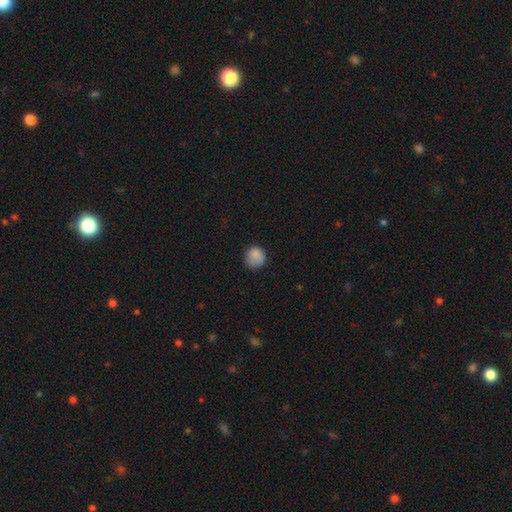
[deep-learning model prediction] smooth-or-featured: smooth: 85% | star or artifact: 9% | featured or disk: 6%
  how-rounded: round: 86% | in between: 13% | cigar-shaped: 1%
  merging: none: 70% | minor disturbance: 22% | major disturbance: 6% | merger: 2%